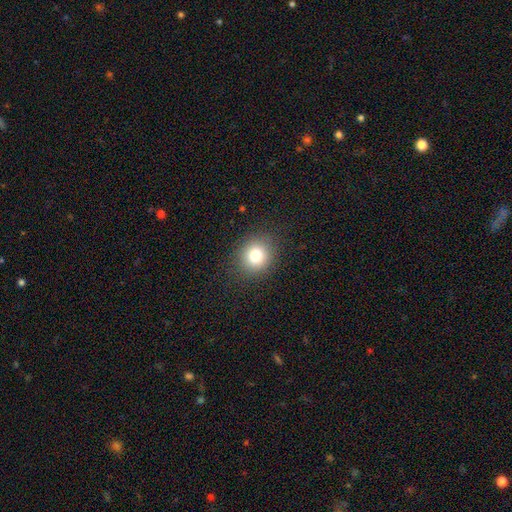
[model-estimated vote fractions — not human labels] Smooth or featured? smooth (80%)
How rounded? round (80%)
Merging? none (88%)